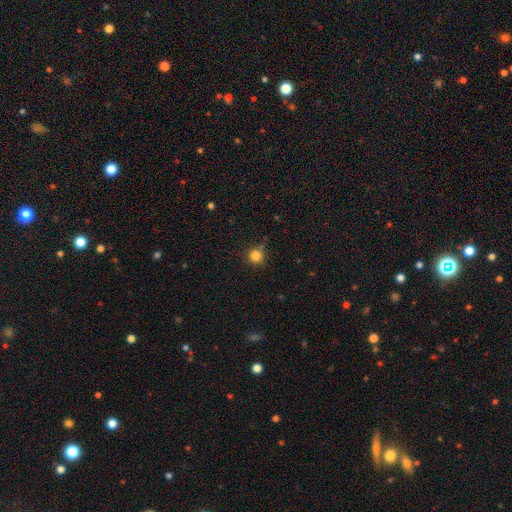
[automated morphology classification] This is clearly a smooth galaxy (83%). How rounded: clearly round (93%). Merging: likely none (78%).